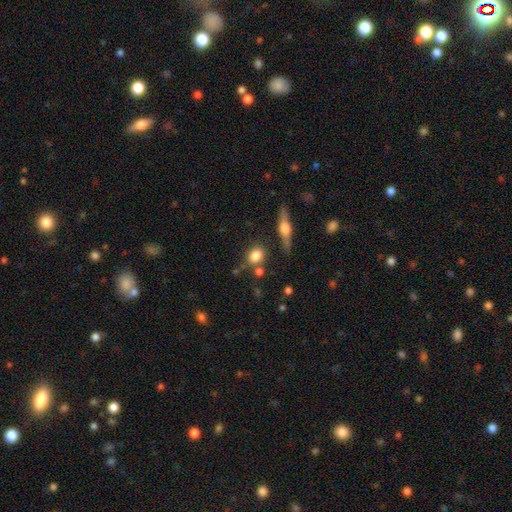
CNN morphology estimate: smooth-or-featured: smooth: 78% | featured or disk: 13% | star or artifact: 10%
  how-rounded: round: 57% | in between: 39% | cigar-shaped: 4%
  merging: none: 69% | minor disturbance: 15% | merger: 11% | major disturbance: 5%